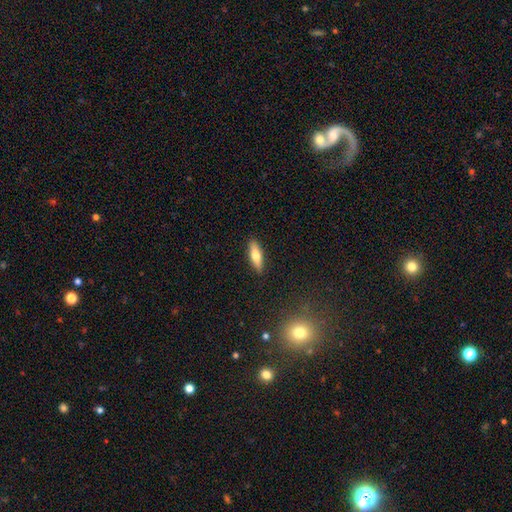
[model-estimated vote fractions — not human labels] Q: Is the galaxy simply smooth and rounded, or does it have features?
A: smooth — 65%.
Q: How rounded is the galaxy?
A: cigar-shaped — 51%.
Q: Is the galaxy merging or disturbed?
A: none — 90%.